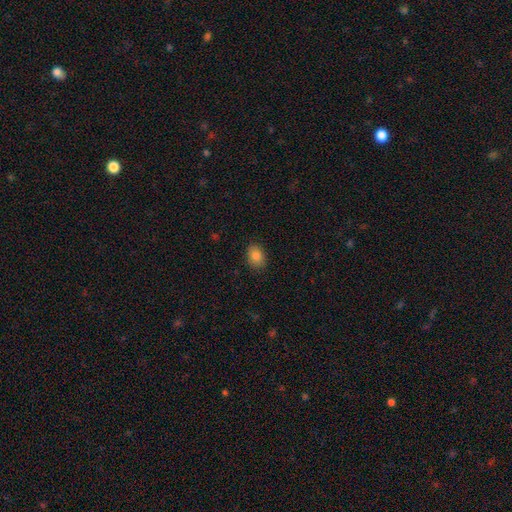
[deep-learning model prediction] Overall: smooth (86%). How rounded: in between (73%). Merging: none (87%).